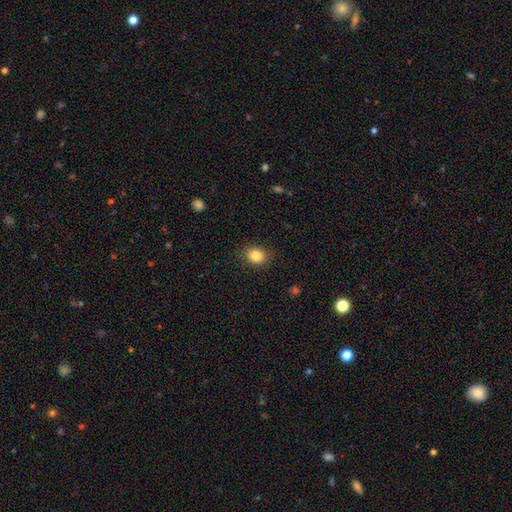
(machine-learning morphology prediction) smooth_or_featured: smooth (p=0.85) [alt: star or artifact p=0.10]
how_rounded: round (p=0.57) [alt: in between p=0.43]
merging: none (p=0.86) [alt: minor disturbance p=0.10]